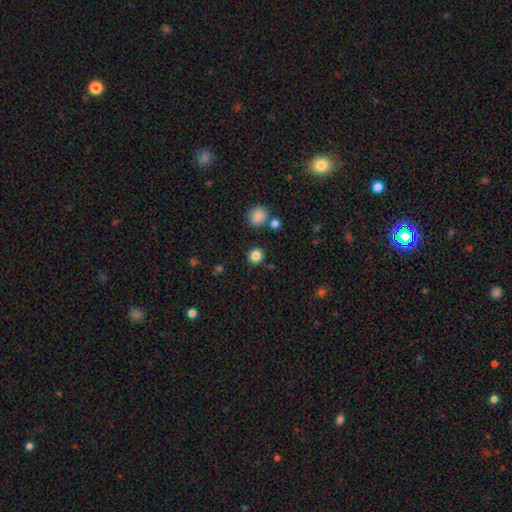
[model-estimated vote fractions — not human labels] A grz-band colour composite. It shows a smooth galaxy with no disk features (84%) that is round (90%). Merging: none (88%).